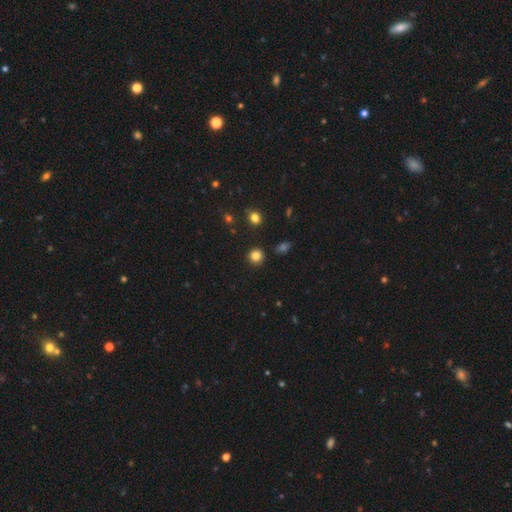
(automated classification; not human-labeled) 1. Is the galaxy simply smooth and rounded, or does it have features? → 83% smooth, 12% star or artifact, 5% featured or disk.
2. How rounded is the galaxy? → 92% round, 7% in between, 1% cigar-shaped.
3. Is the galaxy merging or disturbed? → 90% none, 6% minor disturbance, 2% merger, 2% major disturbance.